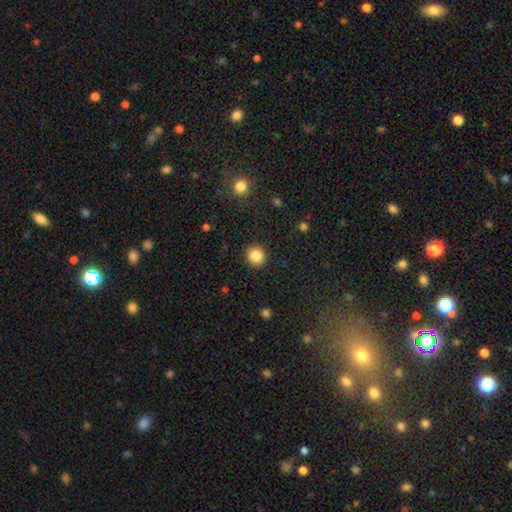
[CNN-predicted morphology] Smooth or featured?
  - smooth: 85% *
  - star or artifact: 10%
  - featured or disk: 5%
How rounded?
  - round: 90% *
  - in between: 9%
  - cigar-shaped: 1%
Merging?
  - none: 91% *
  - minor disturbance: 6%
  - major disturbance: 2%
  - merger: 1%